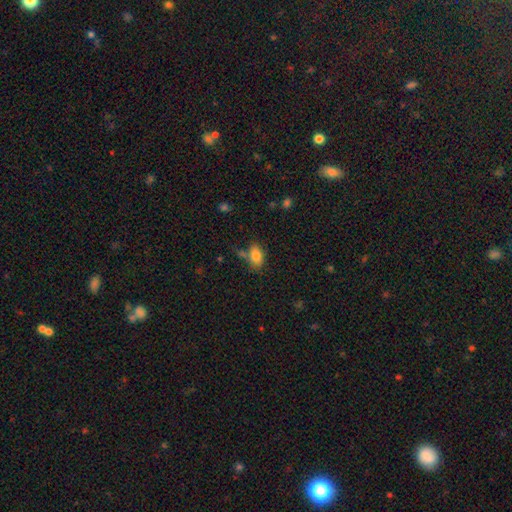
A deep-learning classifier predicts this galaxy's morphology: A smooth galaxy with no disk features (82%) that is in between round and cigar-shaped (89%). Merging: none (63%).